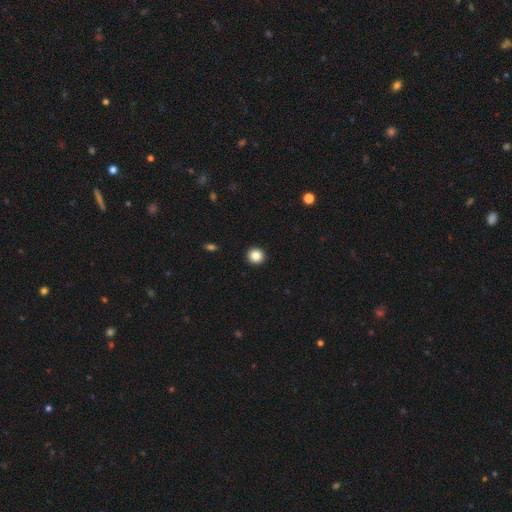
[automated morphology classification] The model was most divided on "smooth or featured": smooth: 85%, star or artifact: 10%, featured or disk: 5%. More confident: merging — none (94%); how rounded — round (92%).